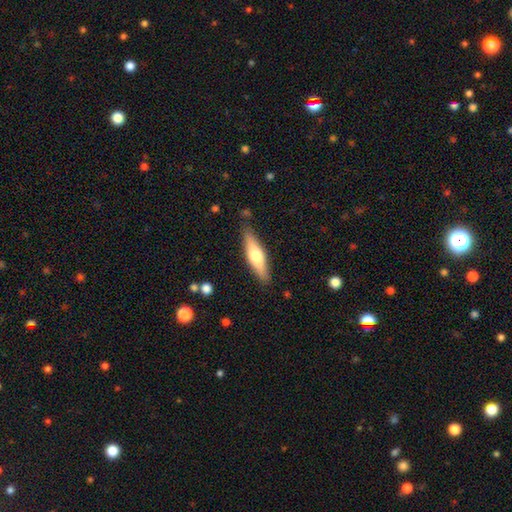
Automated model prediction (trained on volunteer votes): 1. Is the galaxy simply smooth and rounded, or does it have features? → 52% smooth, 43% featured or disk, 5% star or artifact.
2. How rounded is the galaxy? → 68% cigar-shaped, 30% in between, 2% round.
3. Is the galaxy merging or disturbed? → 86% none, 11% minor disturbance, 2% major disturbance, 2% merger.